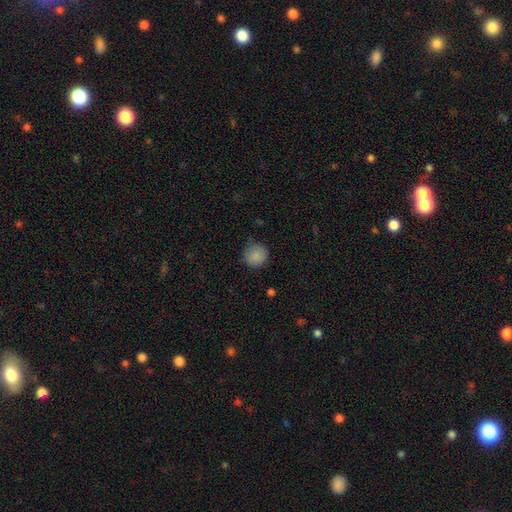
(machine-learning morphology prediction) Smooth or featured? smooth (87%)
How rounded? round (91%)
Merging? none (78%)